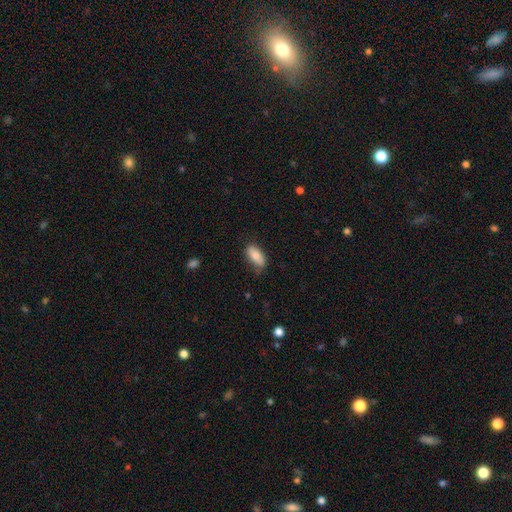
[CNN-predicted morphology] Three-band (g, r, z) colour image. It shows a smooth galaxy with no disk features (81%) that is in between round and cigar-shaped (86%). Merging: none (73%).